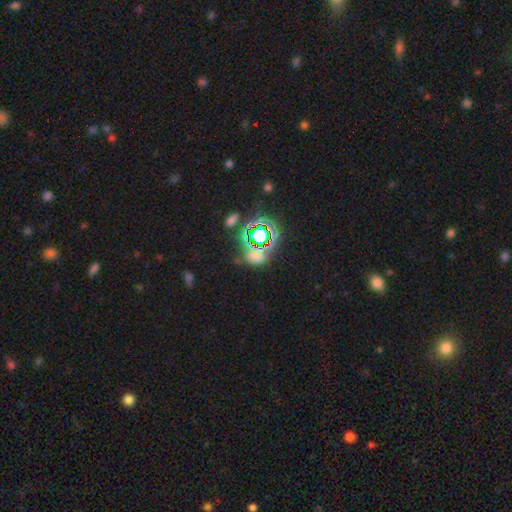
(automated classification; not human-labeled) Overall: star or artifact (52%; smooth 39%).